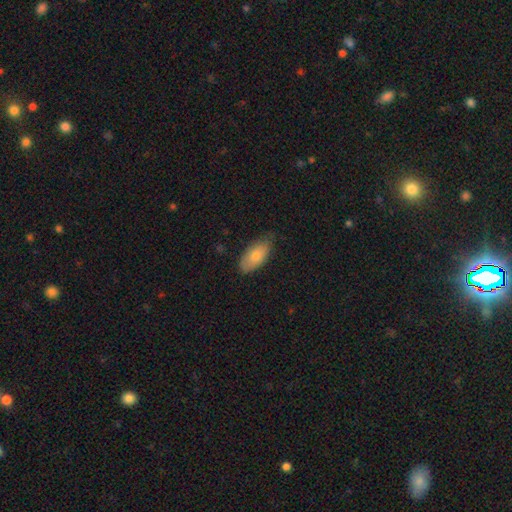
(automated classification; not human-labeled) A smooth galaxy with no disk features (73%) that is in between round and cigar-shaped (91%). Merging: none (73%).